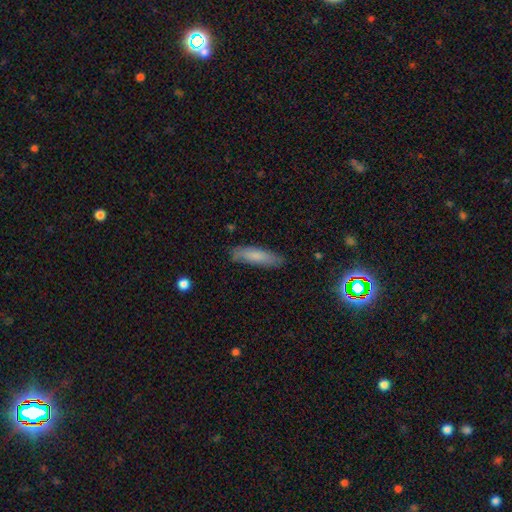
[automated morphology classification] Smooth or featured? Predicted: smooth (p=0.76). How rounded? Predicted: cigar-shaped (p=0.71). Merging? Predicted: none (p=0.83).